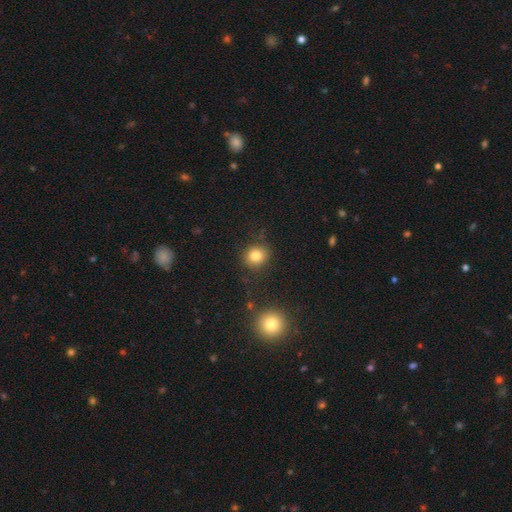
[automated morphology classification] A smooth galaxy with no disk features (82%) that is round (79%).

Vote fractions:
- Smooth or featured? smooth: 82% / star or artifact: 11% / featured or disk: 7%
- How rounded? round: 79% / in between: 20% / cigar-shaped: 1%
- Merging? none: 84% / minor disturbance: 10% / major disturbance: 3% / merger: 3%